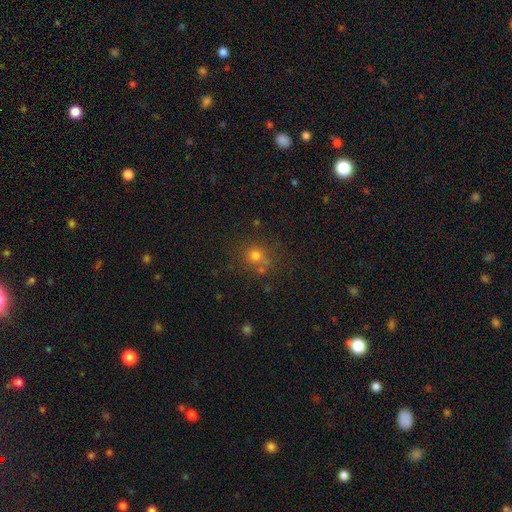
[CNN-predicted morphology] smooth 70%, star or artifact 20%, featured or disk 10%. Down the decision tree: how rounded — round (89%); merging — none (69%).